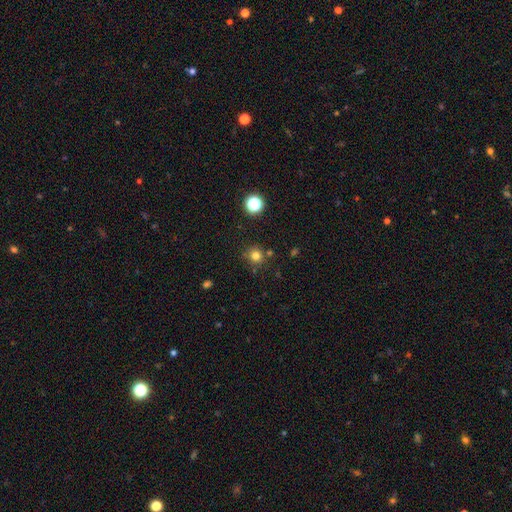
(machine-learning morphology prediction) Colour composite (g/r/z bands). It shows a smooth galaxy with no disk features (77%) that is round (91%). Merging: none (79%).